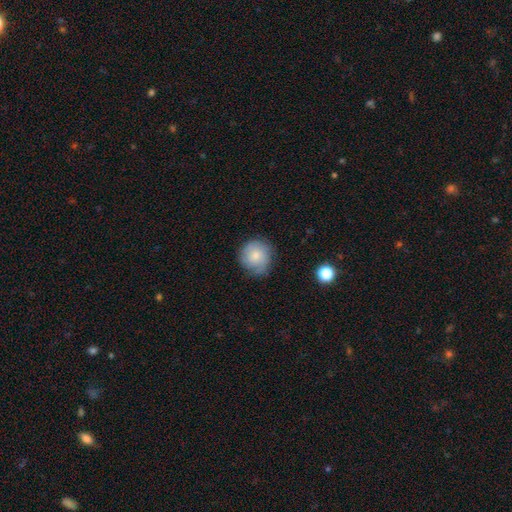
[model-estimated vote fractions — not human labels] Q: Smooth or featured?
A: smooth (71%); runner-up: featured or disk (22%)
Q: How rounded?
A: round (90%); runner-up: in between (10%)
Q: Merging?
A: none (69%); runner-up: minor disturbance (23%)